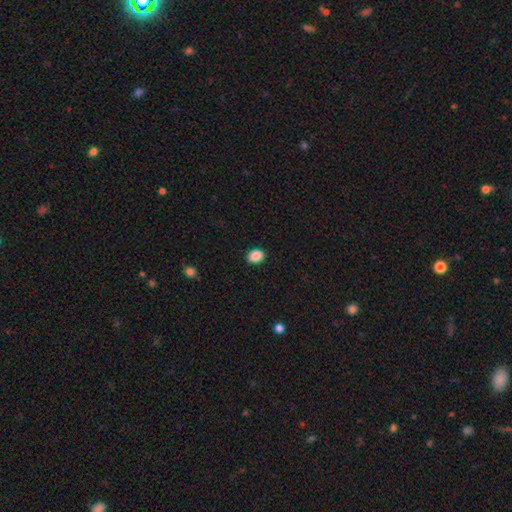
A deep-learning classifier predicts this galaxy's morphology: smooth_or_featured: smooth (p=0.88) [alt: star or artifact p=0.09]
how_rounded: in between (p=0.58) [alt: round p=0.42]
merging: none (p=0.90) [alt: minor disturbance p=0.07]